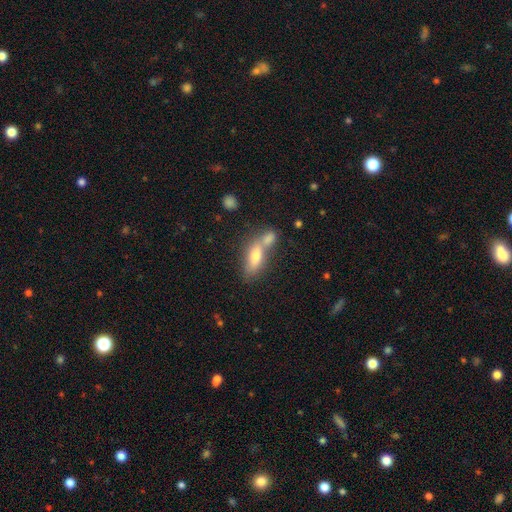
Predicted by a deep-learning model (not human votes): Smooth or featured: smooth — 69% (featured or disk — 23%)
How rounded: in between — 67% (cigar-shaped — 29%)
Merging: merger — 49% (none — 35%)